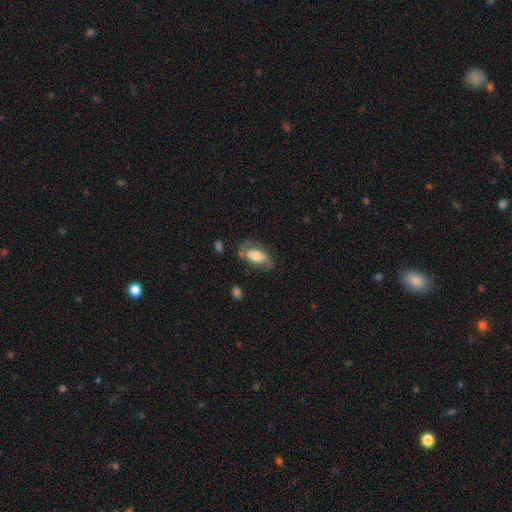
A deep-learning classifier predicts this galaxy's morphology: Smooth or featured?
  - featured or disk: 53% *
  - smooth: 41%
  - star or artifact: 6%
Edge-on disk?
  - no: 90% *
  - yes: 10%
Merging?
  - none: 57% *
  - minor disturbance: 24%
  - major disturbance: 16%
  - merger: 3%